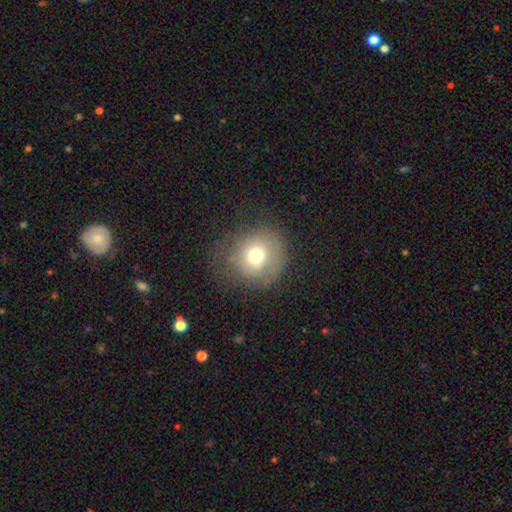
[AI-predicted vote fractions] Smooth or featured: smooth — 70% (featured or disk — 17%)
How rounded: round — 87% (in between — 12%)
Merging: none — 67% (minor disturbance — 18%)